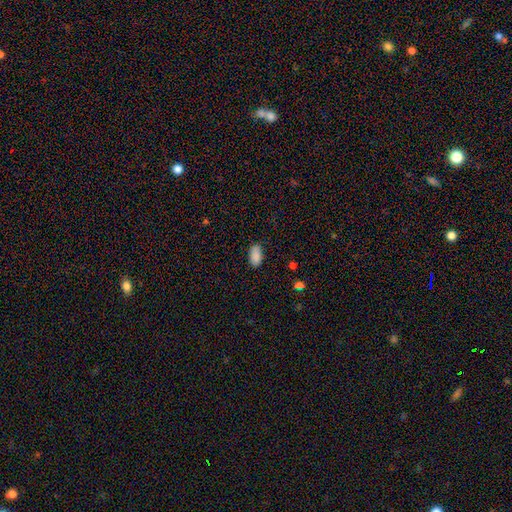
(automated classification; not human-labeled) Smooth or featured? Predicted: smooth (p=0.88). How rounded? Predicted: in between (p=0.94). Merging? Predicted: none (p=0.81).